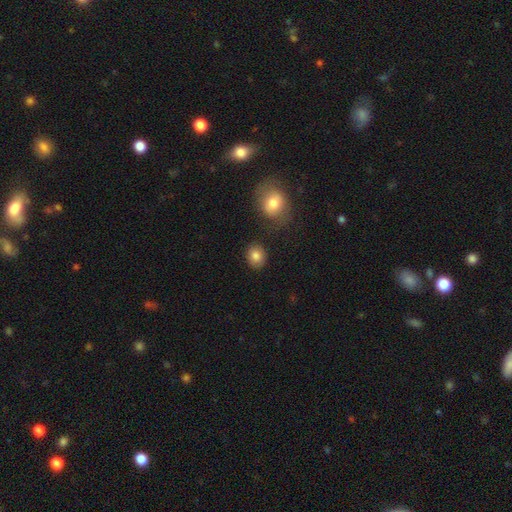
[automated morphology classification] smooth_or_featured: smooth (p=0.84) [alt: star or artifact p=0.09]
how_rounded: round (p=0.72) [alt: in between p=0.27]
merging: none (p=0.83) [alt: minor disturbance p=0.09]